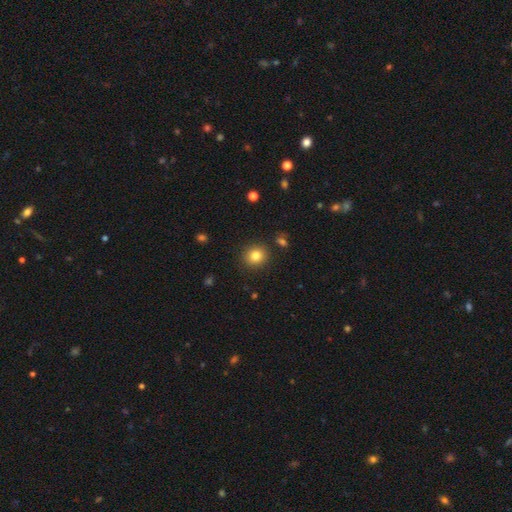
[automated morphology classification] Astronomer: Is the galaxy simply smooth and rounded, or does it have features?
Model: smooth — 82%.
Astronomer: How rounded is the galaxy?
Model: round — 84%.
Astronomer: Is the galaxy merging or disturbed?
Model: none — 89%.